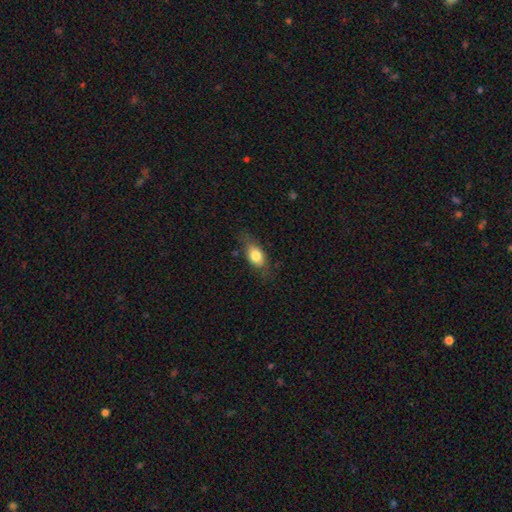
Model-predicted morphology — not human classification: smooth_or_featured: smooth (p=0.76) [alt: featured or disk p=0.17]
how_rounded: in between (p=0.82) [alt: round p=0.09]
merging: none (p=0.70) [alt: minor disturbance p=0.21]